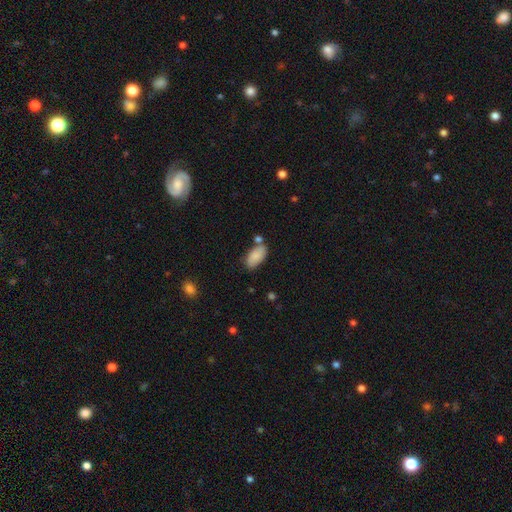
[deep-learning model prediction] Smooth or featured: smooth — 85% (featured or disk — 8%)
How rounded: in between — 93% (cigar-shaped — 4%)
Merging: none — 66% (minor disturbance — 18%)